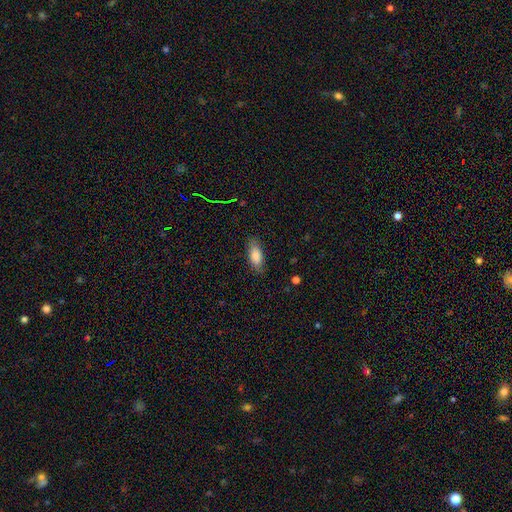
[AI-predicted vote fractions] Morphology: type=smooth (84%); roundness=in between (81%); merging=none (83%).